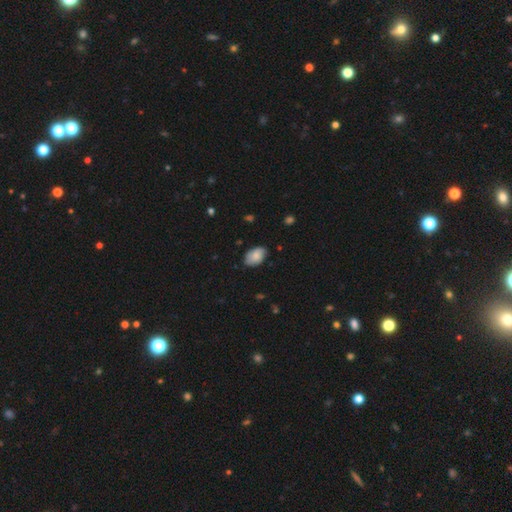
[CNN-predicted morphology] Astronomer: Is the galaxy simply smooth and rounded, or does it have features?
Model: smooth — 78%.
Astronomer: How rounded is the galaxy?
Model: in between — 89%.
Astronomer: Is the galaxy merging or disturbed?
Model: none — 76%.